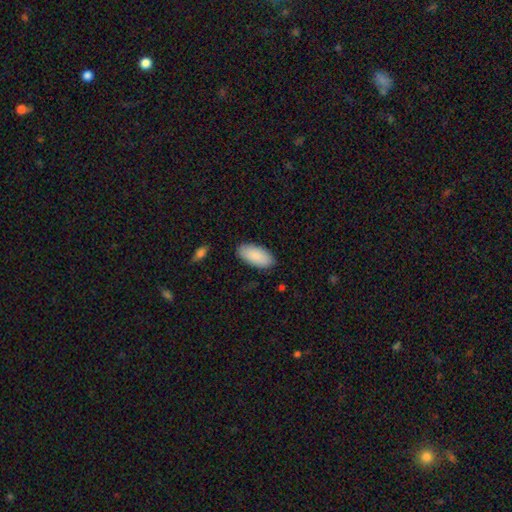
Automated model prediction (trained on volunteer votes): A smooth galaxy with no disk features (89%) that is in between round and cigar-shaped (93%).

Vote fractions:
- Smooth or featured? smooth: 89% / featured or disk: 6% / star or artifact: 5%
- How rounded? in between: 93% / cigar-shaped: 5% / round: 2%
- Merging? none: 87% / minor disturbance: 10% / major disturbance: 2% / merger: 1%